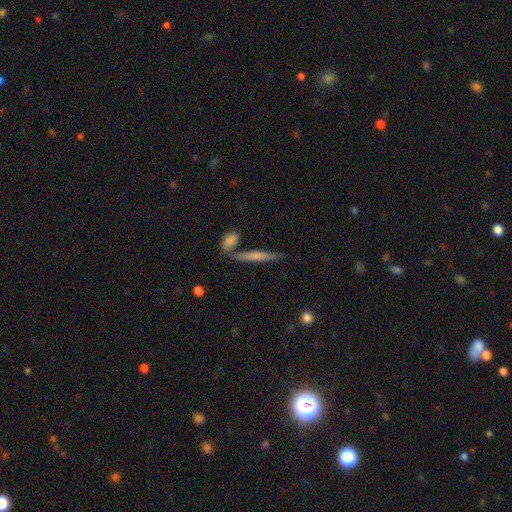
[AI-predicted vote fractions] A smooth galaxy with no disk features (47%).

Vote fractions:
- Smooth or featured? smooth: 47% / featured or disk: 45% / star or artifact: 8%
- Merging? none: 75% / merger: 12% / minor disturbance: 10% / major disturbance: 3%